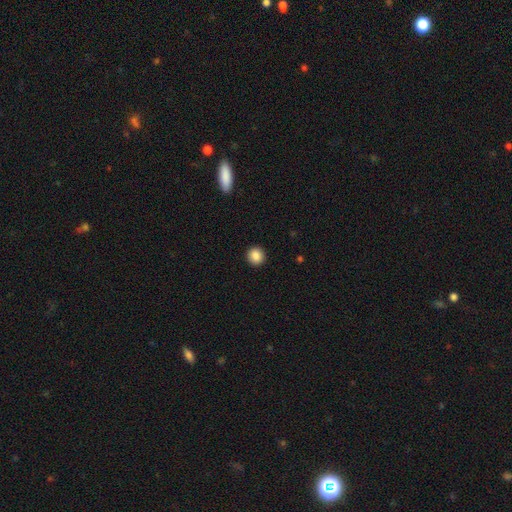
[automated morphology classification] Smooth or featured: smooth — 88% (star or artifact — 9%)
How rounded: round — 93% (in between — 6%)
Merging: none — 93% (minor disturbance — 4%)